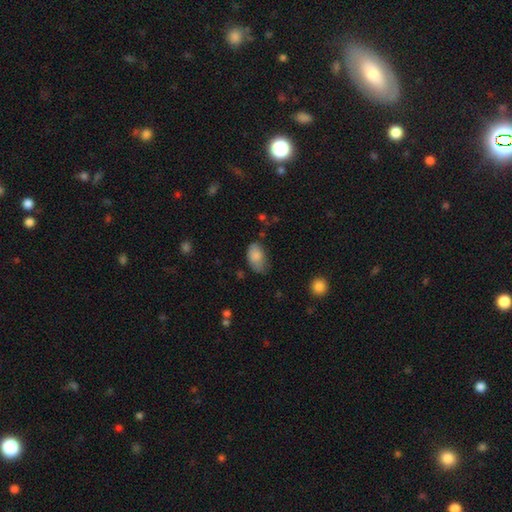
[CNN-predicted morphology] This is clearly a smooth galaxy (83%). How rounded: clearly in between (92%). Merging: possibly none (51%).